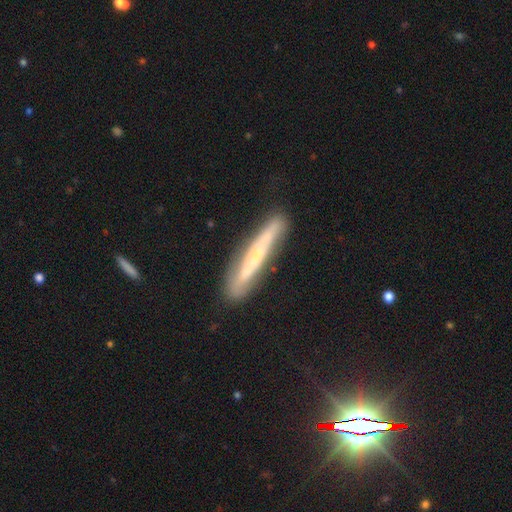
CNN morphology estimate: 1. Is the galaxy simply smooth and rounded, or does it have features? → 57% featured or disk, 36% smooth, 7% star or artifact.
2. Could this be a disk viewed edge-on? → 76% yes, 24% no.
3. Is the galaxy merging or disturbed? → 82% none, 13% minor disturbance, 3% major disturbance, 2% merger.